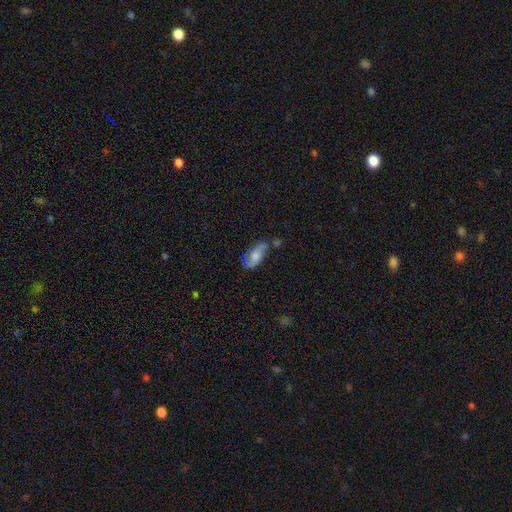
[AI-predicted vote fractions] Smooth or featured? Predicted: smooth (p=0.50). Merging? Predicted: none (p=0.52).